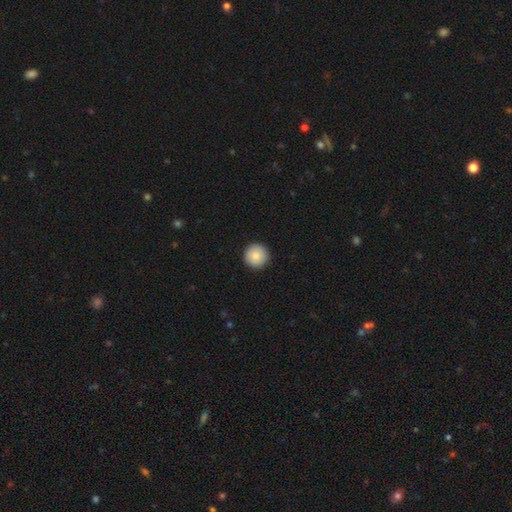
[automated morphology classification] The model was most divided on "smooth or featured": smooth: 86%, star or artifact: 7%, featured or disk: 6%. More confident: how rounded — round (96%); merging — none (93%).